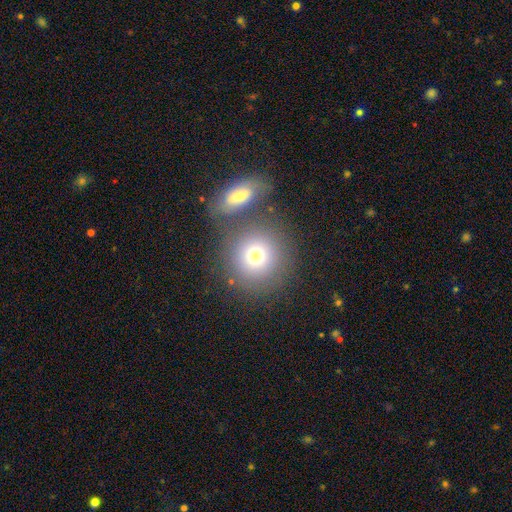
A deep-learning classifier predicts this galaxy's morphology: Smooth or featured?
  - smooth: 75% *
  - featured or disk: 12%
  - star or artifact: 12%
How rounded?
  - round: 91% *
  - in between: 8%
  - cigar-shaped: 1%
Merging?
  - none: 65% *
  - merger: 22%
  - minor disturbance: 9%
  - major disturbance: 4%